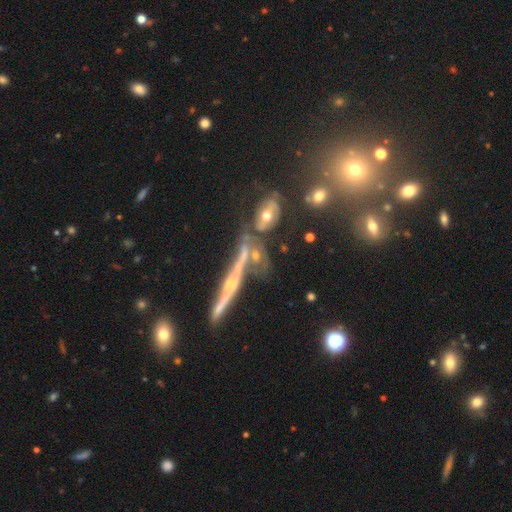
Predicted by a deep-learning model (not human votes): Smooth or featured: featured or disk — 60% (smooth — 26%)
Edge-on disk: yes — 74% (no — 26%)
Merging: none — 46% (merger — 30%)